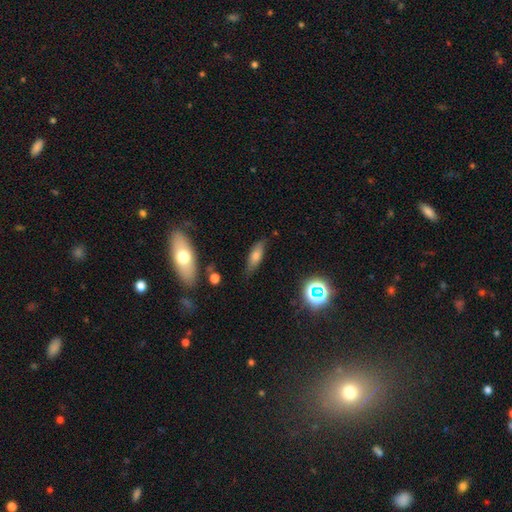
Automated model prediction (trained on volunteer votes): smooth_or_featured: smooth (p=0.64) [alt: featured or disk p=0.25]
how_rounded: in between (p=0.57) [alt: cigar-shaped p=0.39]
merging: none (p=0.76) [alt: minor disturbance p=0.17]